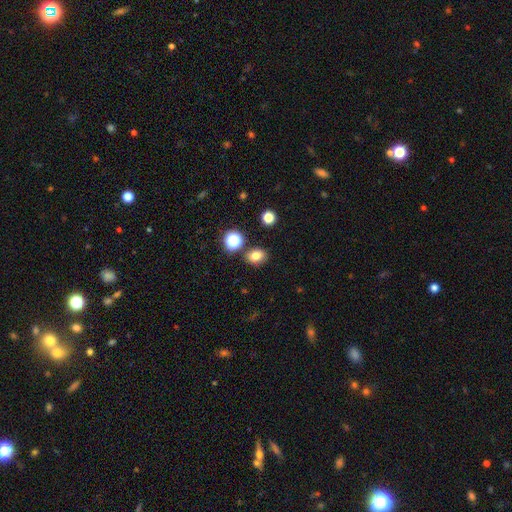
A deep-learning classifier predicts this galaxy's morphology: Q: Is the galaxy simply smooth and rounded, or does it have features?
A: smooth — 77%.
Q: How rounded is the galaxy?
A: round — 50%.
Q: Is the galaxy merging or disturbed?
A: none — 82%.